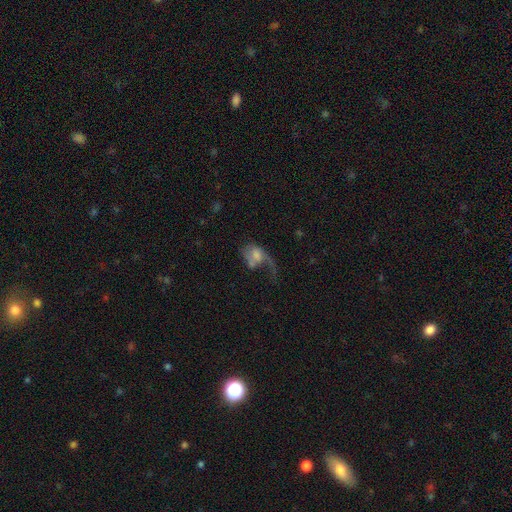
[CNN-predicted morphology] Smooth or featured?
  - featured or disk: 48% *
  - smooth: 42%
  - star or artifact: 9%
Merging?
  - major disturbance: 58% *
  - none: 18%
  - minor disturbance: 13%
  - merger: 11%